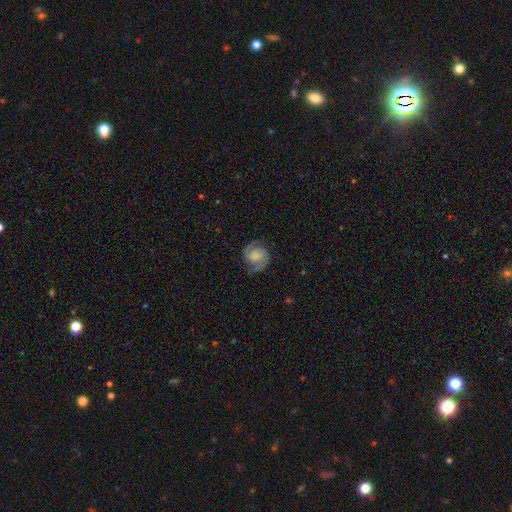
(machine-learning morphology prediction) A featured or disk galaxy (81%) with no bar (59%), 2 (93%) medium (52%) spiral arms (97%) and no central bulge (39%).

Vote fractions:
- Smooth or featured? featured or disk: 81% / smooth: 12% / star or artifact: 7%
- Edge-on disk? no: 98% / yes: 2%
- Bar? no: 59% / weak: 33% / strong: 8%
- Spiral arms? yes: 97% / no: 3%
- Spiral winding? medium: 52% / tight: 31% / loose: 17%
- Spiral arm count? 2: 93% / can't tell: 2% / 1: 2% / 3: 1% / 4: 1% / more than 4: 1%
- Bulge size? none: 39% / small: 20% / moderate: 19% / large: 18% / dominant: 4%
- Merging? none: 78% / minor disturbance: 15% / major disturbance: 6% / merger: 1%